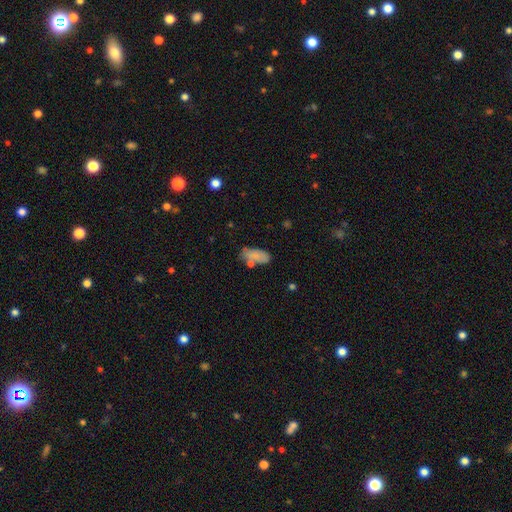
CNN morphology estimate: Overall: smooth (81%). How rounded: in between (87%). Merging: none (62%).